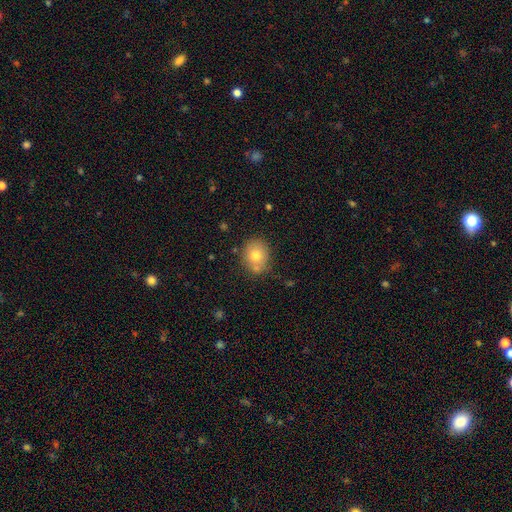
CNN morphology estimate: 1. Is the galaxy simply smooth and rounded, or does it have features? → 75% smooth, 15% featured or disk, 10% star or artifact.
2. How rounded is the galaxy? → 62% round, 37% in between, 1% cigar-shaped.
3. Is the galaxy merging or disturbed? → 71% none, 15% minor disturbance, 11% merger, 3% major disturbance.